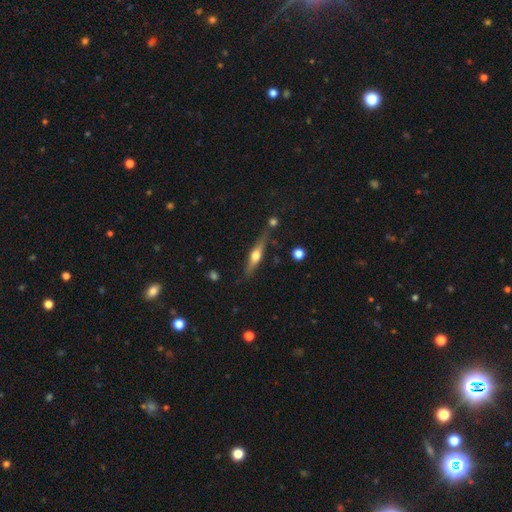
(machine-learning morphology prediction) Smooth or featured? Predicted: featured or disk (p=0.60). Edge-on disk? Predicted: yes (p=0.94). Edge-on bulge? Predicted: rounded (p=0.93). Merging? Predicted: none (p=0.74).